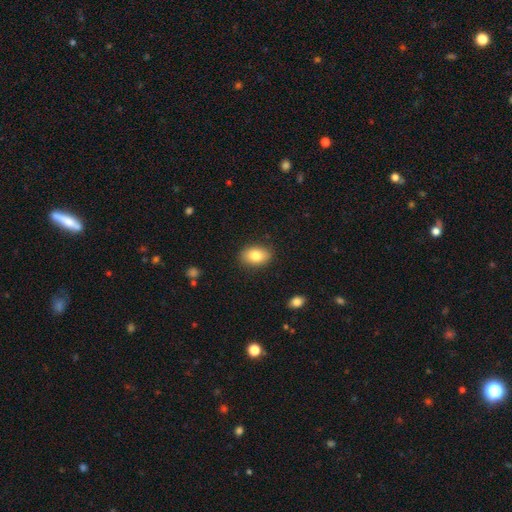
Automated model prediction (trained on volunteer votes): smooth_or_featured: smooth (p=0.81) [alt: featured or disk p=0.11]
how_rounded: in between (p=0.83) [alt: round p=0.16]
merging: none (p=0.87) [alt: minor disturbance p=0.09]